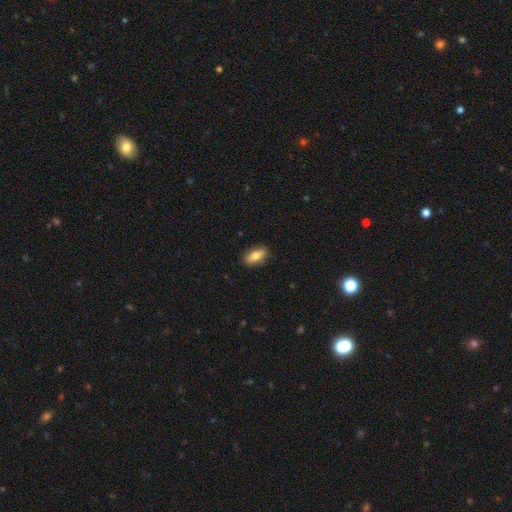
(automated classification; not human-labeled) smooth_or_featured: smooth (p=0.75) [alt: featured or disk p=0.18]
how_rounded: in between (p=0.85) [alt: cigar-shaped p=0.09]
merging: none (p=0.86) [alt: minor disturbance p=0.11]